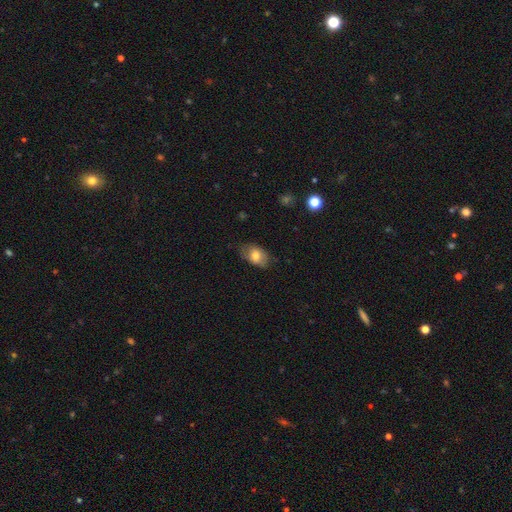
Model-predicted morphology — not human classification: Smooth or featured: smooth — 74% (featured or disk — 18%)
How rounded: in between — 87% (round — 11%)
Merging: none — 73% (minor disturbance — 22%)